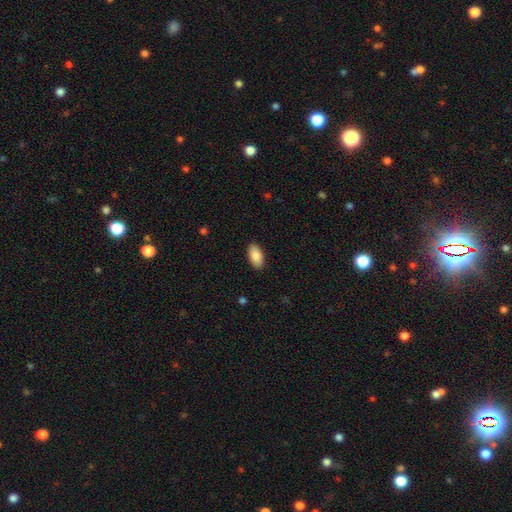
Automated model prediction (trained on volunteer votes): A smooth galaxy with no disk features (89%) that is in between round and cigar-shaped (94%). Merging: none (89%).